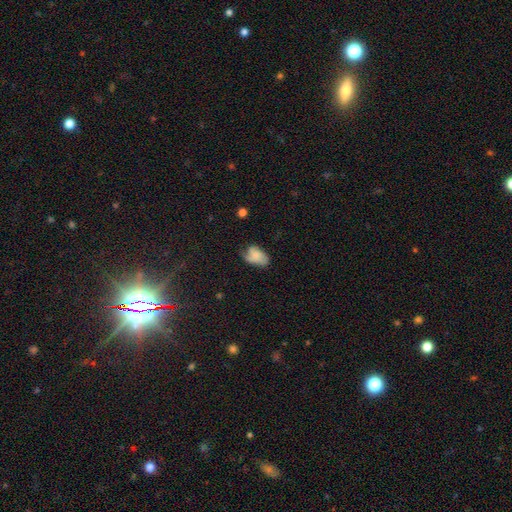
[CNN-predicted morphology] Smooth or featured? Predicted: smooth (p=0.67). How rounded? Predicted: in between (p=0.90). Merging? Predicted: none (p=0.38).